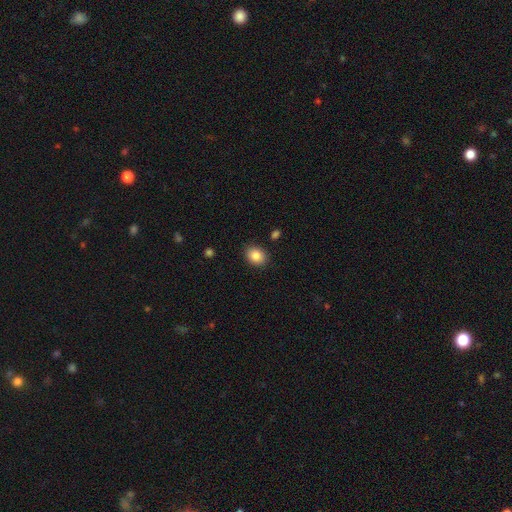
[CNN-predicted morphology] The model was most divided on "how rounded": round: 51%, in between: 48%, cigar-shaped: 1%. More confident: merging — none (89%); smooth or featured — smooth (85%).